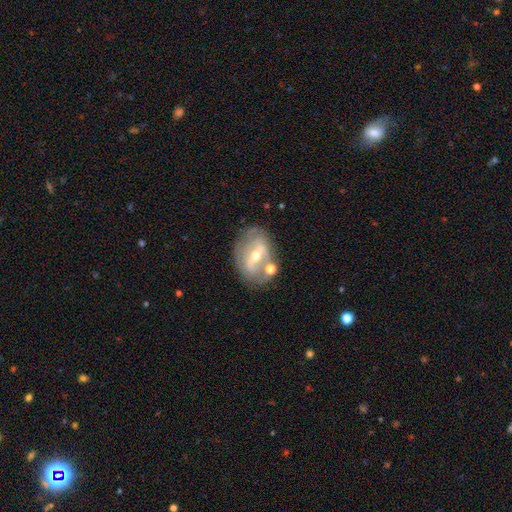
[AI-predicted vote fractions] featured or disk 73%, smooth 19%, star or artifact 7%. Down the decision tree: edge-on disk — no (92%); bar — strong (55%); spiral arms — no (51%); bulge size — moderate (59%); merging — none (65%).